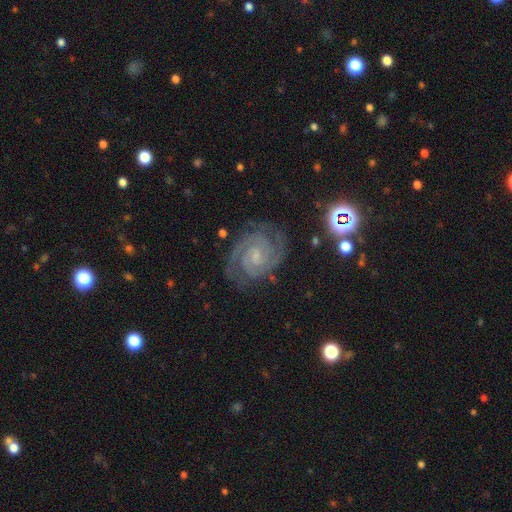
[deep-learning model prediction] Q: Smooth or featured?
A: featured or disk (90%); runner-up: star or artifact (6%)
Q: Edge-on disk?
A: no (98%); runner-up: yes (2%)
Q: Bar?
A: no (48%); runner-up: weak (41%)
Q: Spiral arms?
A: yes (99%); runner-up: no (1%)
Q: Spiral winding?
A: tight (70%); runner-up: medium (27%)
Q: Spiral arm count?
A: 2 (74%); runner-up: 3 (11%)
Q: Bulge size?
A: small (69%); runner-up: moderate (18%)
Q: Merging?
A: none (79%); runner-up: minor disturbance (14%)